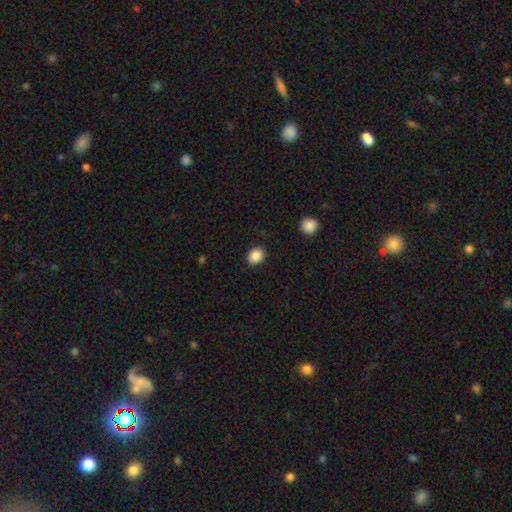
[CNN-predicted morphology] smooth-or-featured: smooth: 88% | star or artifact: 9% | featured or disk: 4%
  how-rounded: in between: 54% | round: 45% | cigar-shaped: 1%
  merging: none: 88% | minor disturbance: 8% | major disturbance: 2% | merger: 1%